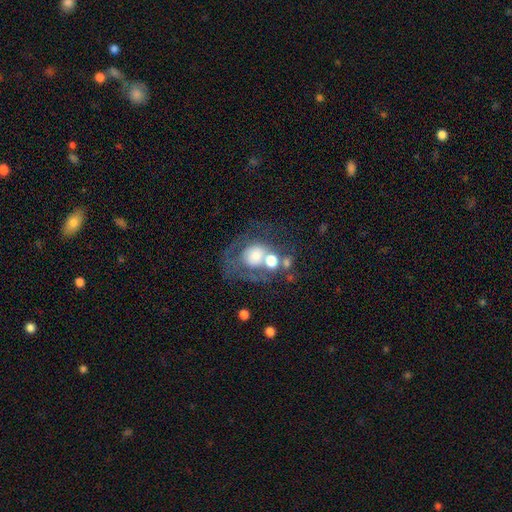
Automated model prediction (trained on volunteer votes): Smooth or featured: featured or disk — 44% (tied with smooth — 44%)
Merging: none — 32% (major disturbance — 27%)